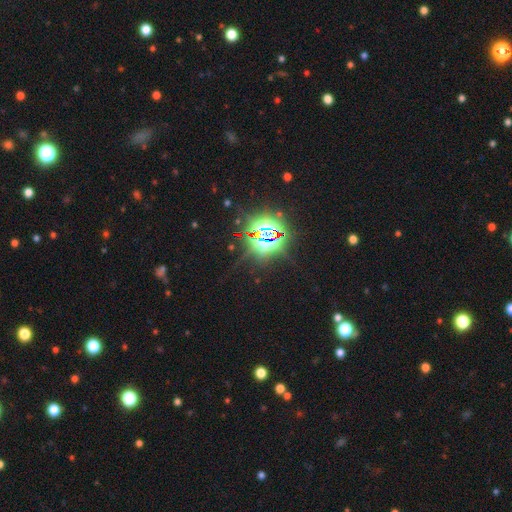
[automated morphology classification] This is clearly a star or artifact rather than a galaxy (85%).